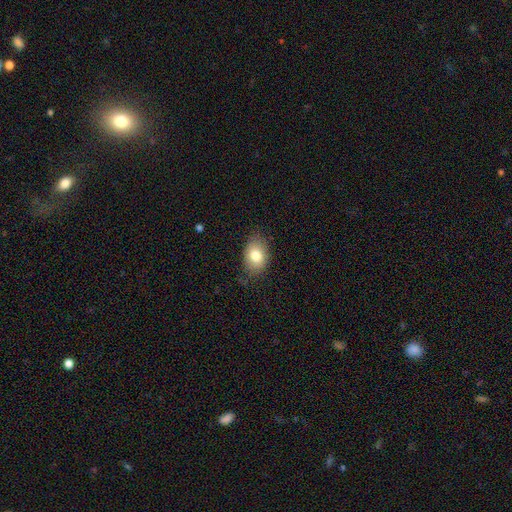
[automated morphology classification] Overall: smooth (79%). How rounded: in between (79%). Merging: none (75%).